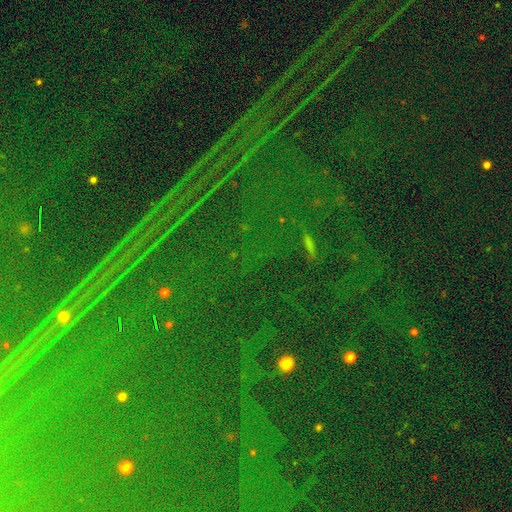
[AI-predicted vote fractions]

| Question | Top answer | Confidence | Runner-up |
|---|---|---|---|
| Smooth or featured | star or artifact | 83% | smooth (10%) |